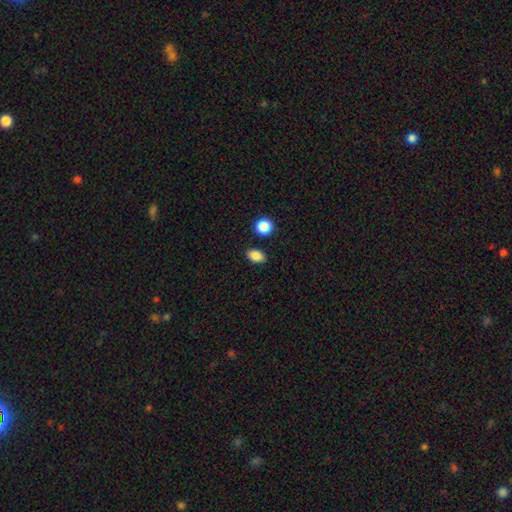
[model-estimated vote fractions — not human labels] smooth 86%, star or artifact 10%, featured or disk 5%. Down the decision tree: how rounded — in between (78%); merging — none (86%).